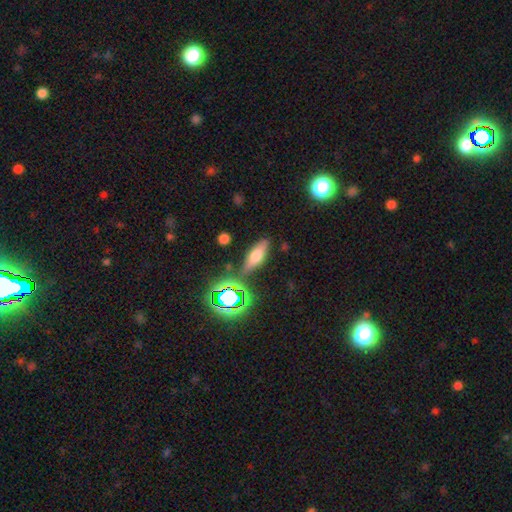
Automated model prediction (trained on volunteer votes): smooth-or-featured: smooth: 51% | featured or disk: 33% | star or artifact: 17%
  how-rounded: in between: 51% | cigar-shaped: 43% | round: 6%
  merging: none: 77% | minor disturbance: 13% | merger: 5% | major disturbance: 4%